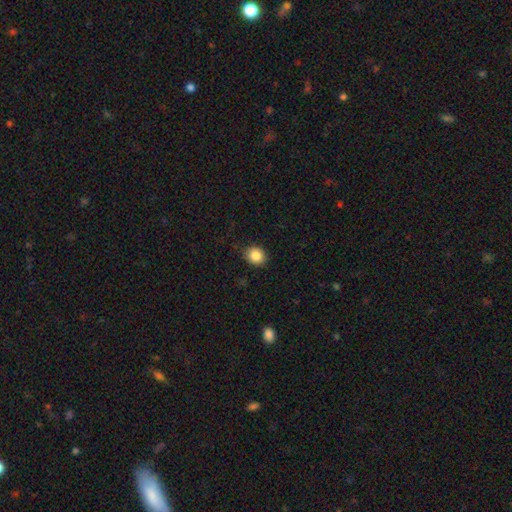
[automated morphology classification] smooth-or-featured: smooth: 86% | star or artifact: 9% | featured or disk: 5%
  how-rounded: round: 71% | in between: 28% | cigar-shaped: 1%
  merging: none: 85% | minor disturbance: 11% | major disturbance: 2% | merger: 1%